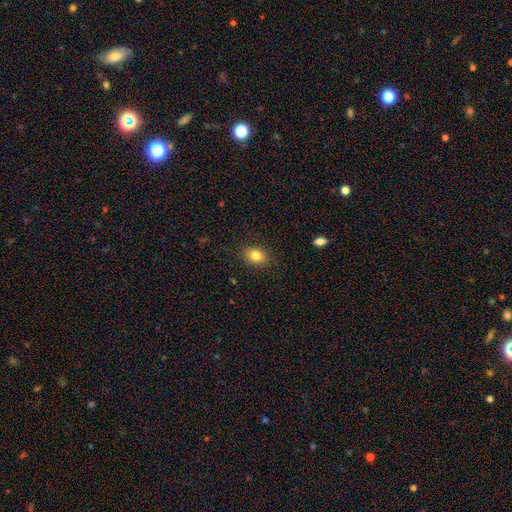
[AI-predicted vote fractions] Smooth or featured? smooth (82%)
How rounded? in between (66%)
Merging? none (88%)